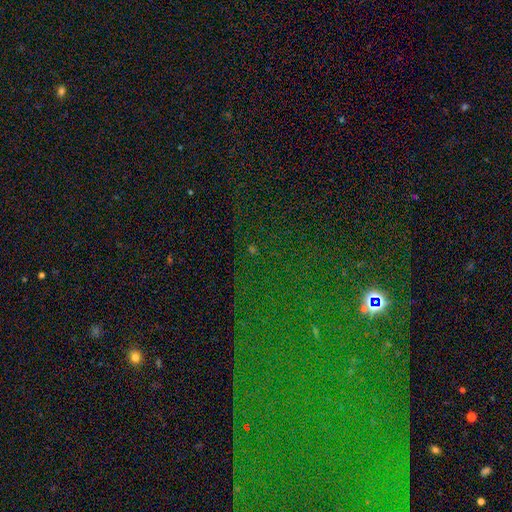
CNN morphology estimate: smooth-or-featured: star or artifact: 83% | smooth: 9% | featured or disk: 8%